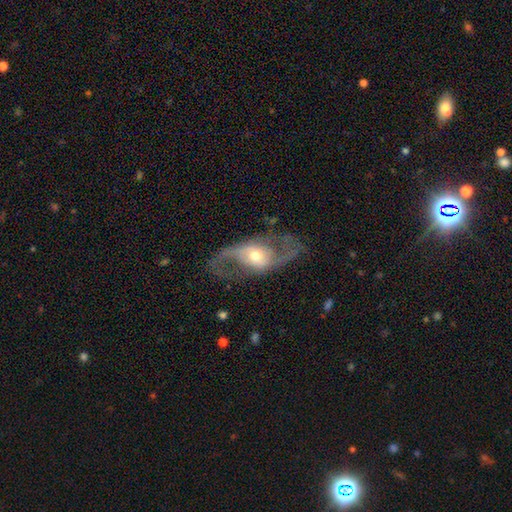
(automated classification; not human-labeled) Overall: featured or disk (85%). Edge-on disk: no (93%). Bar: no (53%; weak 32%). Spiral arms: yes (89%). Spiral arm count: 2 (92%). Spiral winding: loose (52%; medium 38%). Bulge size: moderate (65%). Merging: none (71%).